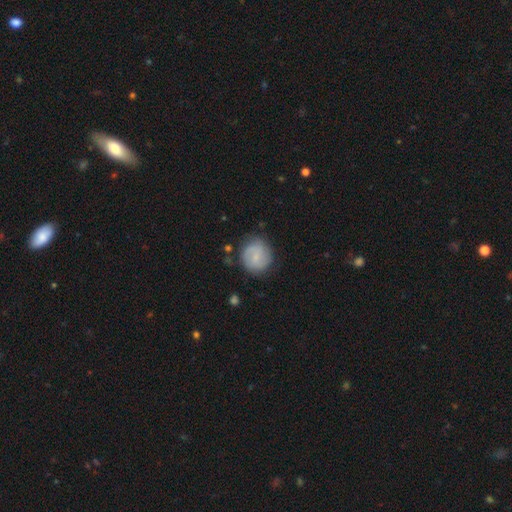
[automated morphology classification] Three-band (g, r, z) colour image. It shows a smooth galaxy with no disk features (51%) that is round (84%). Merging: none (78%).